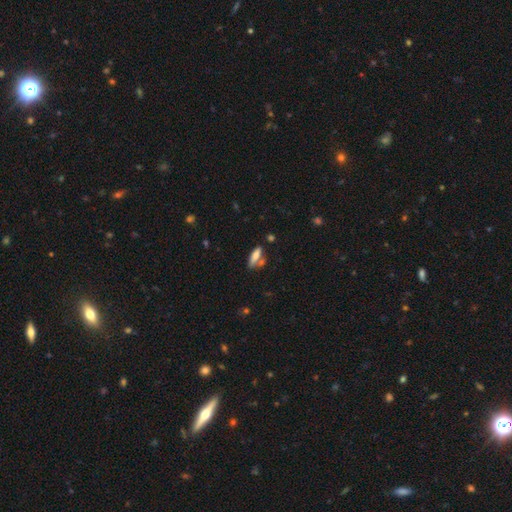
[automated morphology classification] Smooth or featured? smooth (75%)
How rounded? in between (49%, tied with cigar-shaped)
Merging? none (58%)